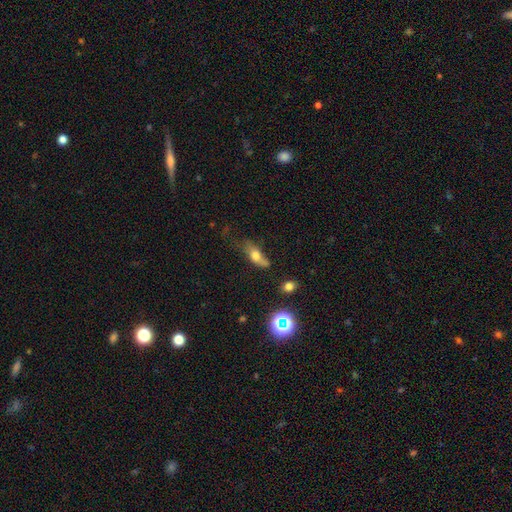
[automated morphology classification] type=smooth (63%); roundness=in between (68%); merging=none (38%).